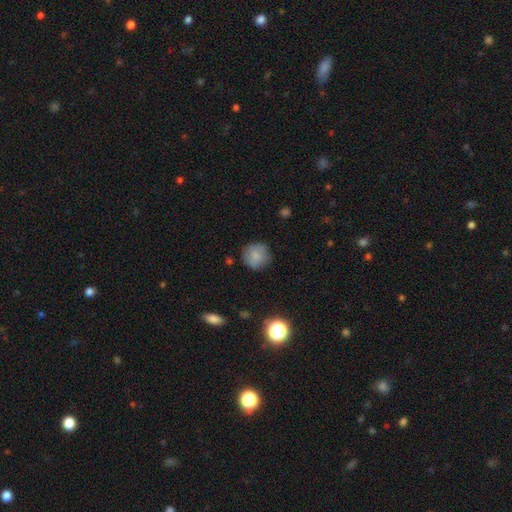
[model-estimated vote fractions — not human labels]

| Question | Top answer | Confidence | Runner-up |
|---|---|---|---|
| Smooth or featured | smooth | 79% | featured or disk (11%) |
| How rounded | round | 91% | in between (8%) |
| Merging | none | 81% | minor disturbance (14%) |